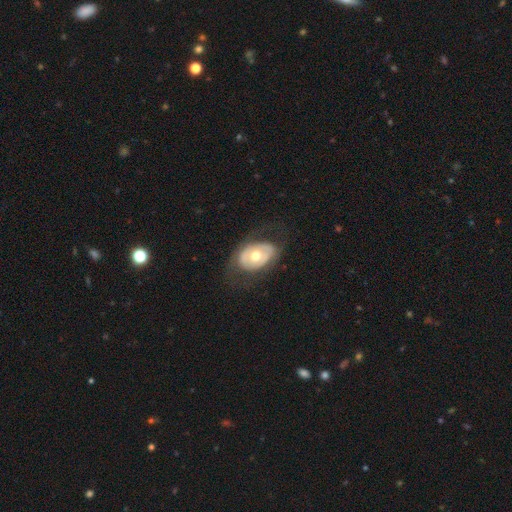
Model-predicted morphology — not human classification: Overall: featured or disk (54%; smooth 41%). Edge-on disk: no (92%). Merging: none (71%).